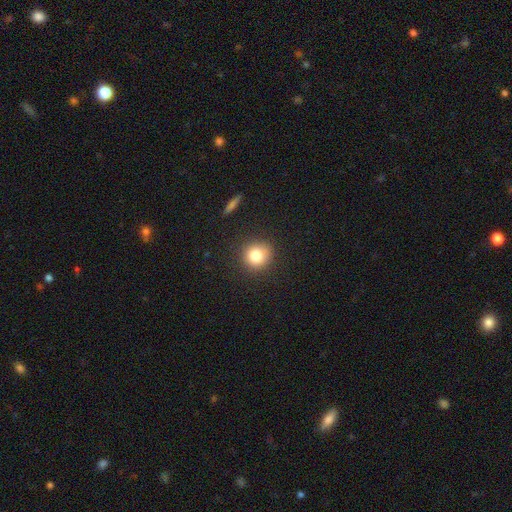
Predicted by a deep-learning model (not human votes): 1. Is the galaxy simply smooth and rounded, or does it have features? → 80% smooth, 11% star or artifact, 8% featured or disk.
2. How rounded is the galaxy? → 89% round, 10% in between, 1% cigar-shaped.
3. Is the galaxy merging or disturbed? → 86% none, 10% minor disturbance, 3% major disturbance, 1% merger.